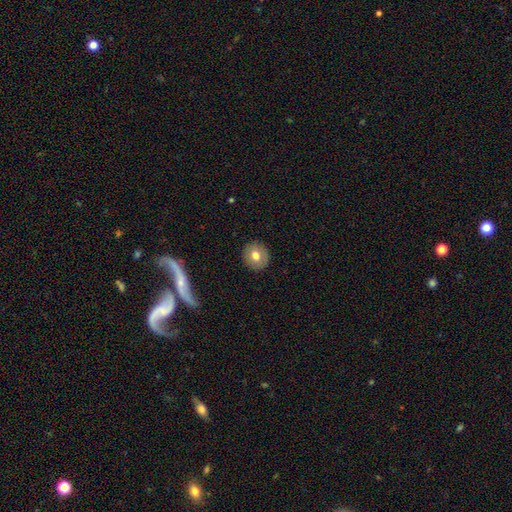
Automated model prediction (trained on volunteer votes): Q: Smooth or featured?
A: smooth (72%); runner-up: featured or disk (20%)
Q: How rounded?
A: round (86%); runner-up: in between (13%)
Q: Merging?
A: none (89%); runner-up: minor disturbance (7%)